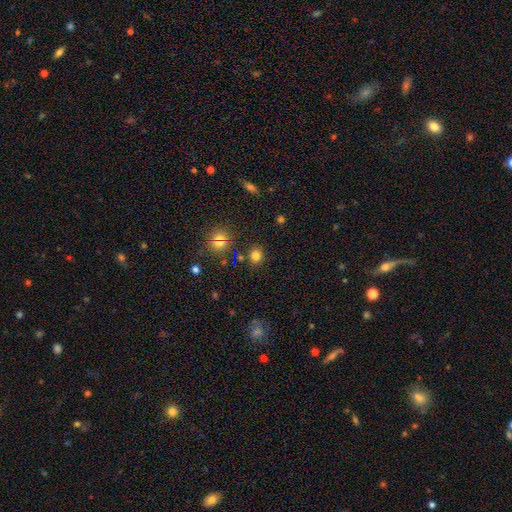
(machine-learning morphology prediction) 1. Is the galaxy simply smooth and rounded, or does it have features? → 78% smooth, 16% star or artifact, 6% featured or disk.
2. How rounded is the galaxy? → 81% round, 18% in between, 1% cigar-shaped.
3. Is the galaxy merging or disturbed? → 87% none, 7% minor disturbance, 3% merger, 3% major disturbance.